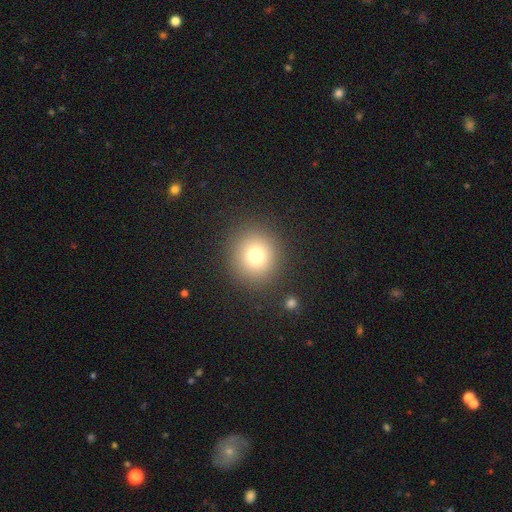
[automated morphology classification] Smooth or featured? Predicted: smooth (p=0.76). How rounded? Predicted: round (p=0.91). Merging? Predicted: none (p=0.89).